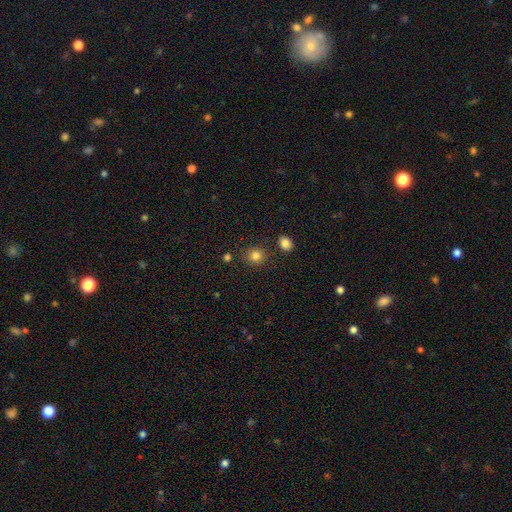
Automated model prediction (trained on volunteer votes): The model was most divided on "how rounded": round: 80%, in between: 19%, cigar-shaped: 1%. More confident: smooth or featured — smooth (83%); merging — none (82%).